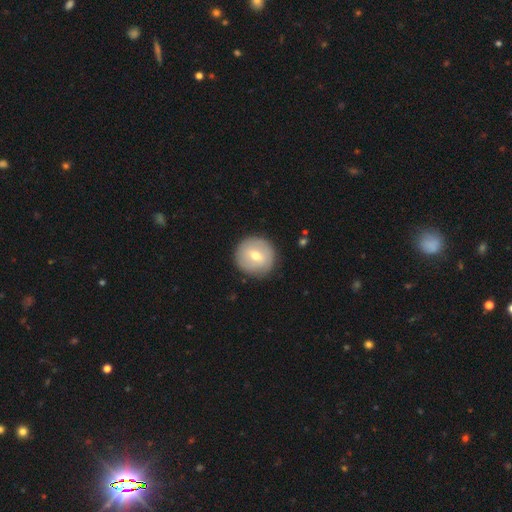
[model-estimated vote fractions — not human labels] This is likely a smooth galaxy (61%). How rounded: clearly round (94%). Merging: clearly none (88%).